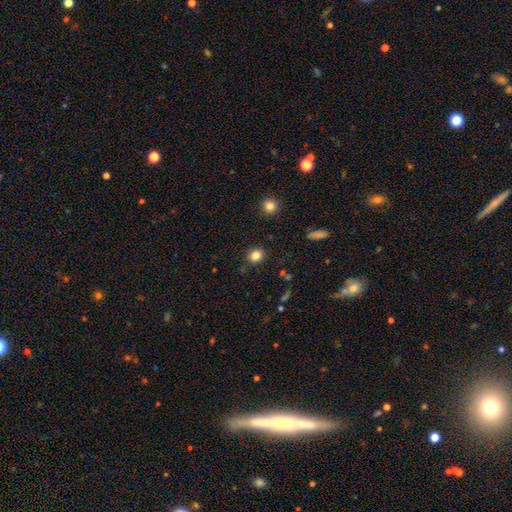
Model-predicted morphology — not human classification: Q: Smooth or featured?
A: smooth (83%); runner-up: star or artifact (12%)
Q: How rounded?
A: round (70%); runner-up: in between (29%)
Q: Merging?
A: none (88%); runner-up: minor disturbance (8%)